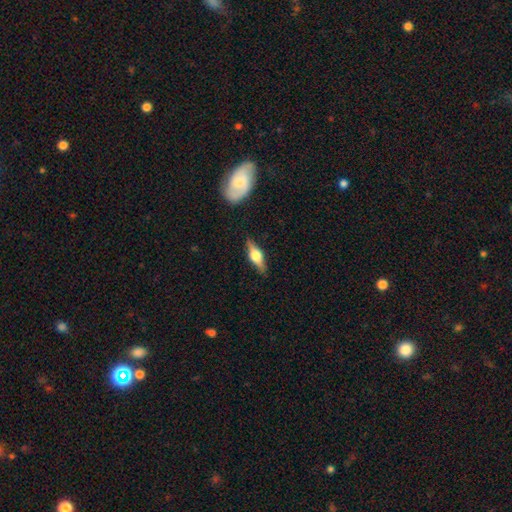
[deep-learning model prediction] The model was most divided on "smooth or featured": featured or disk: 63%, smooth: 30%, star or artifact: 7%. More confident: edge-on disk — yes (95%); edge-on bulge — rounded (92%); merging — none (86%).